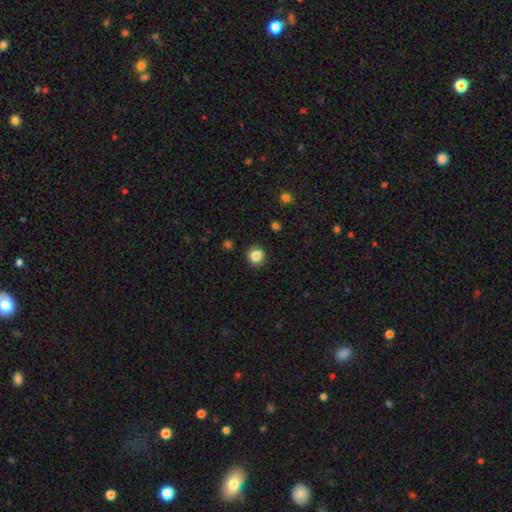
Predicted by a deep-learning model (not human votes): Overall: smooth (85%). How rounded: round (94%). Merging: none (91%).